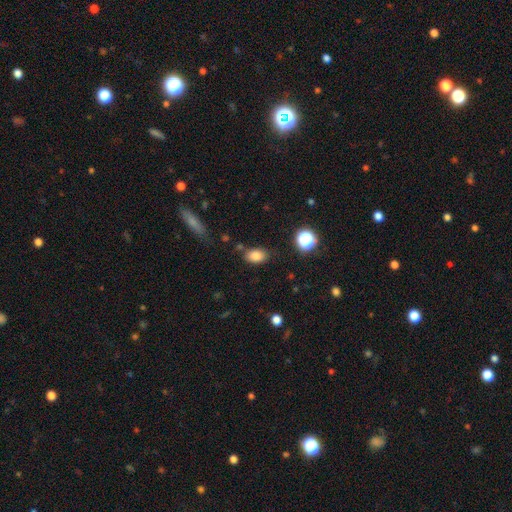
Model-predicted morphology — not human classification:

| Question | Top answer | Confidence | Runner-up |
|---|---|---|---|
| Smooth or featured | smooth | 83% | star or artifact (11%) |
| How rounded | in between | 81% | round (17%) |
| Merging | none | 76% | minor disturbance (16%) |